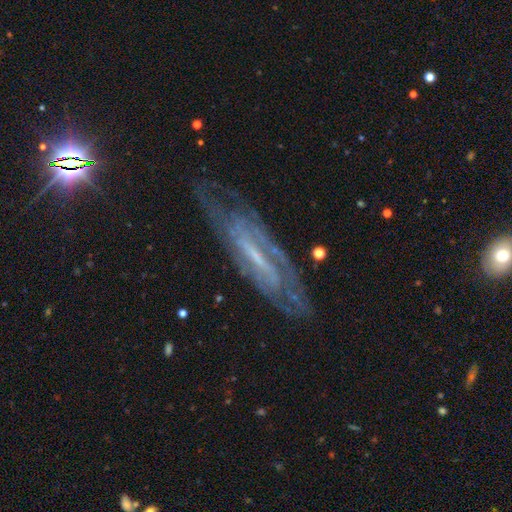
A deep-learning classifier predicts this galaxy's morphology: type=featured or disk (80%); edge-on=no (73%); bar=strong (42%); spiral arms=yes (84%); bulge=small (49%); merging=none (65%).